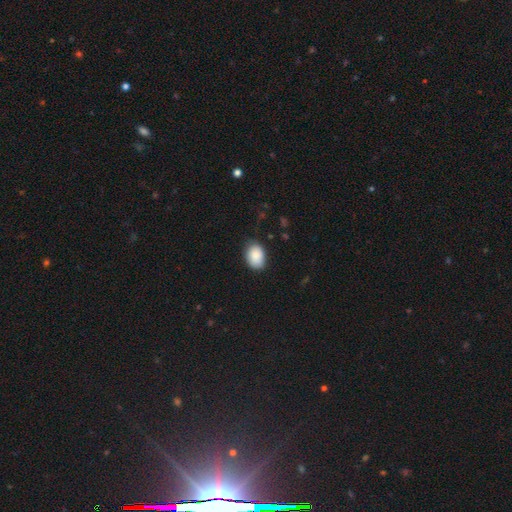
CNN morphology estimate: smooth 88%, star or artifact 7%, featured or disk 5%. Down the decision tree: how rounded — in between (79%); merging — none (76%).